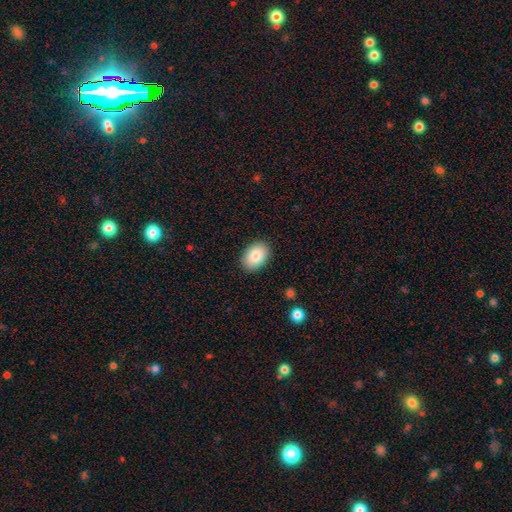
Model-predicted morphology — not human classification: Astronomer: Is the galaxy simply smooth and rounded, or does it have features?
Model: smooth — 85%.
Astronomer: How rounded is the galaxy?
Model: in between — 84%.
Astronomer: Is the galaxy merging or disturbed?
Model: none — 89%.